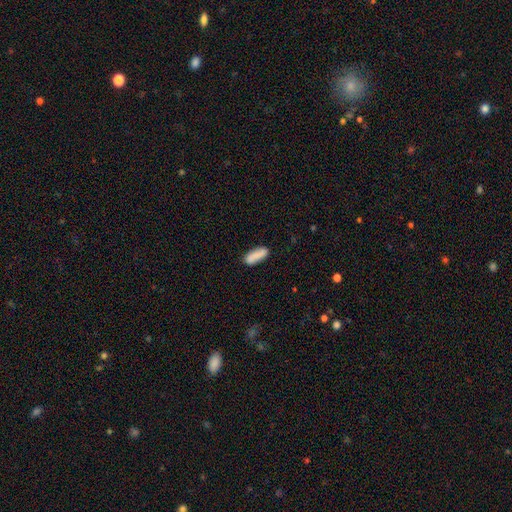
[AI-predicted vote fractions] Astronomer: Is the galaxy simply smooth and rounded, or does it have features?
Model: smooth — 85%.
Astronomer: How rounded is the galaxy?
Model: in between — 63%.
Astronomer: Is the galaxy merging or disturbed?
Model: none — 81%.